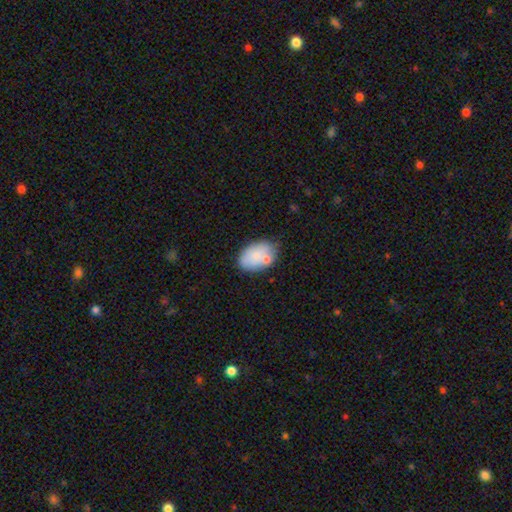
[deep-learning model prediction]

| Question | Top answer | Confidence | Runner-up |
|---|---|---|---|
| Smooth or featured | smooth | 75% | featured or disk (18%) |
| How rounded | in between | 87% | round (12%) |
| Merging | none | 62% | minor disturbance (19%) |